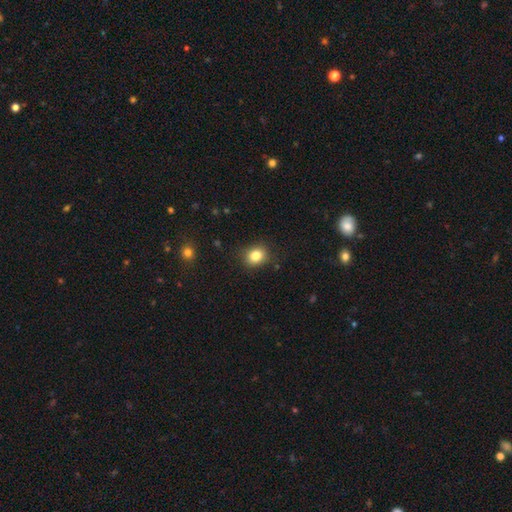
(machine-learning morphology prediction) A smooth galaxy with no disk features (83%) that is round (66%).

Vote fractions:
- Smooth or featured? smooth: 83% / star or artifact: 11% / featured or disk: 6%
- How rounded? round: 66% / in between: 33% / cigar-shaped: 1%
- Merging? none: 86% / minor disturbance: 10% / major disturbance: 3% / merger: 1%